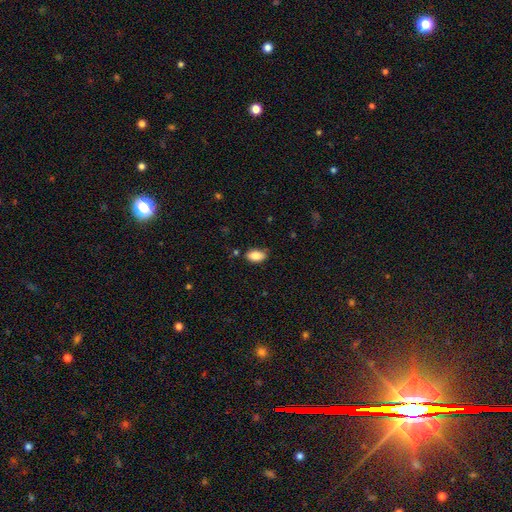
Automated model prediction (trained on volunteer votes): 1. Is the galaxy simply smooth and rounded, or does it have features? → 88% smooth, 7% star or artifact, 5% featured or disk.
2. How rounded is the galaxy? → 92% in between, 5% round, 2% cigar-shaped.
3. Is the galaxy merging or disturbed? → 78% none, 16% minor disturbance, 3% major disturbance, 2% merger.